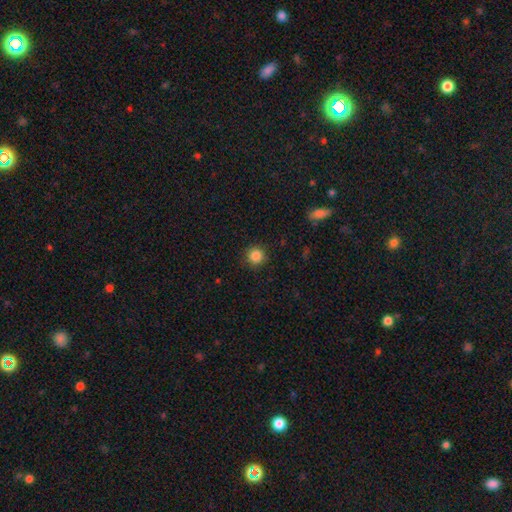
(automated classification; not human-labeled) smooth 86%, star or artifact 11%, featured or disk 4%. Down the decision tree: how rounded — round (95%); merging — none (91%).